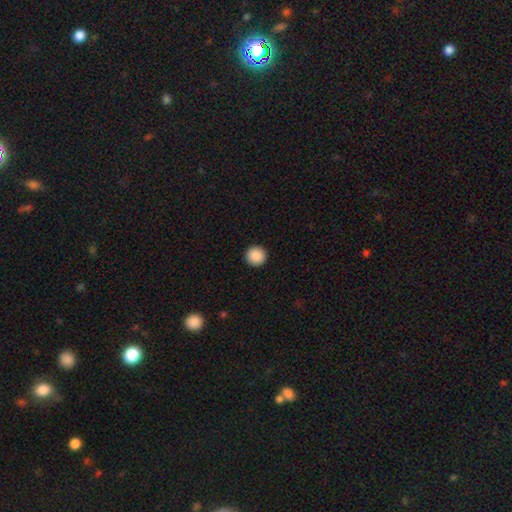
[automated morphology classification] Overall: smooth (89%). How rounded: round (95%). Merging: none (94%).